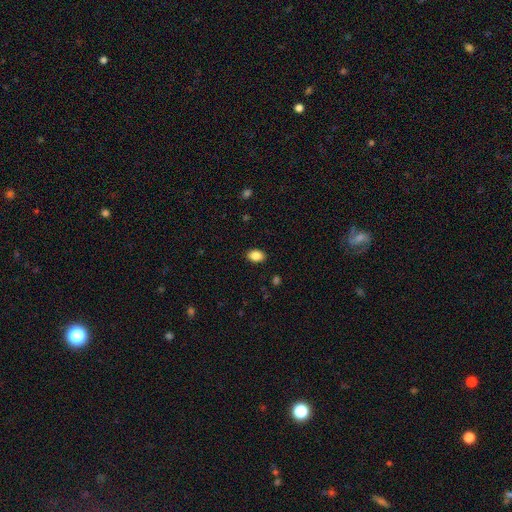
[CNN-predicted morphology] smooth_or_featured: smooth (p=0.87) [alt: star or artifact p=0.08]
how_rounded: in between (p=0.82) [alt: round p=0.17]
merging: none (p=0.89) [alt: minor disturbance p=0.08]